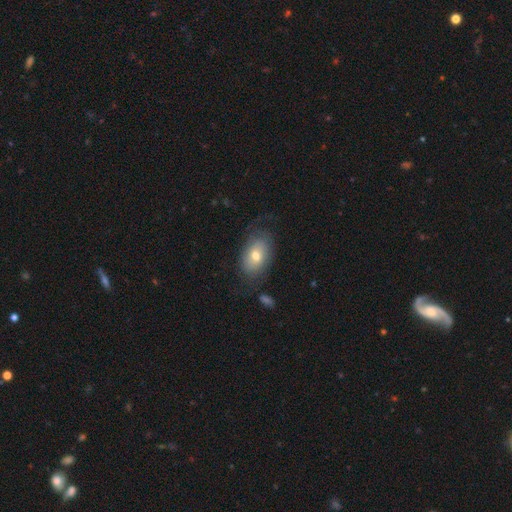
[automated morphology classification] A smooth galaxy with no disk features (67%) that is in between round and cigar-shaped (85%).

Vote fractions:
- Smooth or featured? smooth: 67% / featured or disk: 25% / star or artifact: 8%
- How rounded? in between: 85% / round: 13% / cigar-shaped: 1%
- Merging? none: 66% / minor disturbance: 21% / major disturbance: 11% / merger: 2%